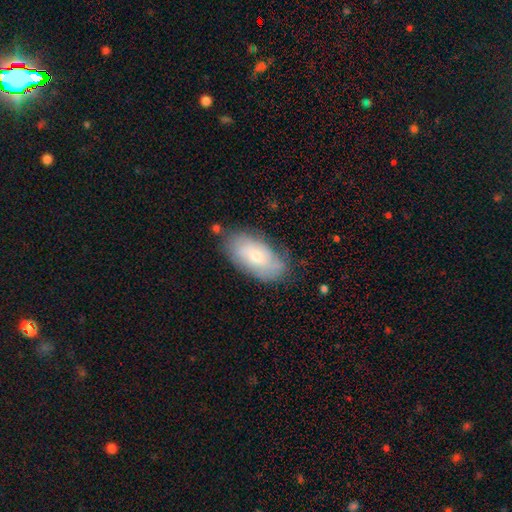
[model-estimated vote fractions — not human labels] This appears to be a smooth galaxy with no disk features (56%) that is in between round and cigar-shaped (93%). Merging: none (71%).